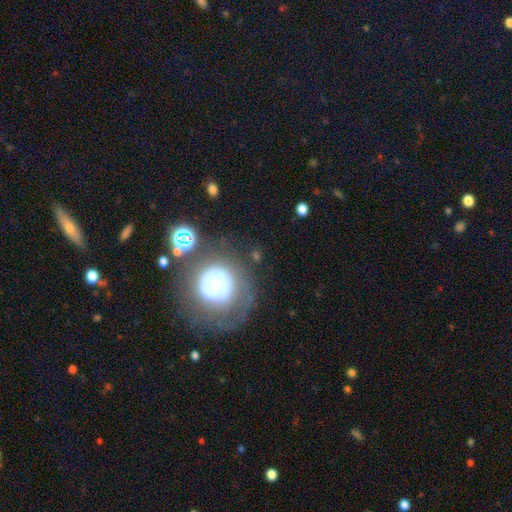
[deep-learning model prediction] Overall: featured or disk (44%; smooth 40%). Merging: none (46%; major disturbance 26%).